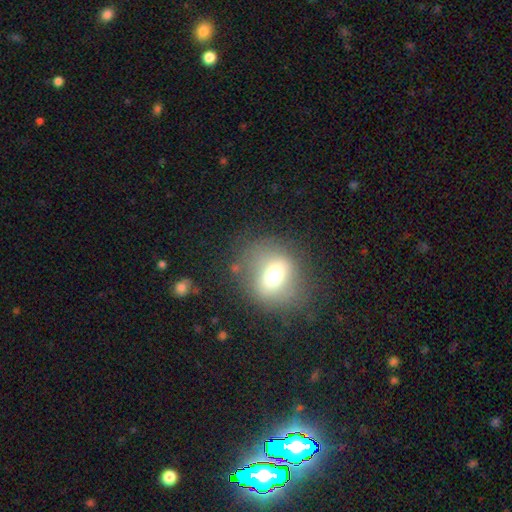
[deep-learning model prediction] A smooth galaxy with no disk features (48%).

Vote fractions:
- Smooth or featured? smooth: 48% / featured or disk: 30% / star or artifact: 22%
- Merging? none: 80% / minor disturbance: 12% / major disturbance: 5% / merger: 2%